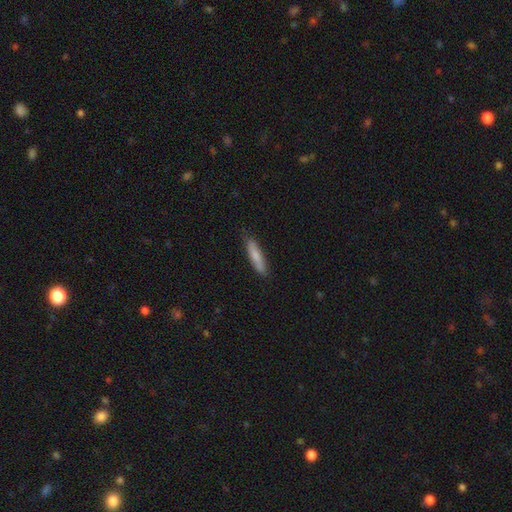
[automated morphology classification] smooth 78%, featured or disk 16%, star or artifact 6%. Down the decision tree: how rounded — cigar-shaped (84%); merging — none (84%).